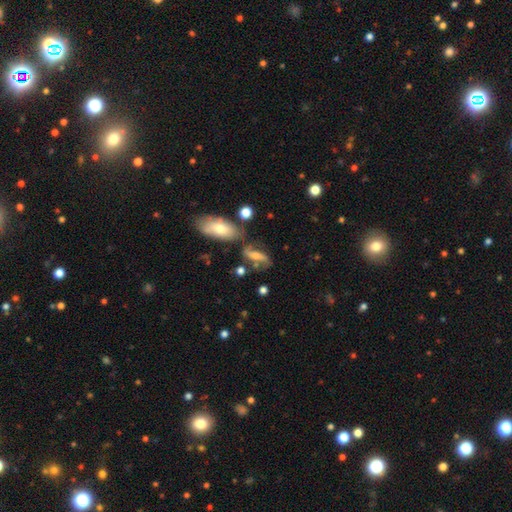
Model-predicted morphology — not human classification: Q: Smooth or featured?
A: featured or disk (58%); runner-up: smooth (32%)
Q: Edge-on disk?
A: no (81%); runner-up: yes (19%)
Q: Merging?
A: none (55%); runner-up: minor disturbance (20%)